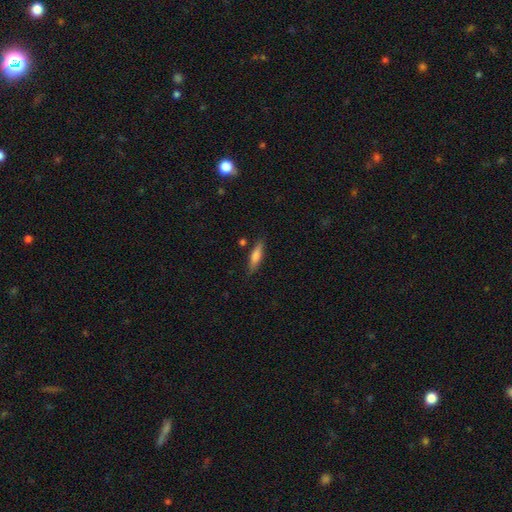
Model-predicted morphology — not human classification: Overall: smooth (69%). How rounded: cigar-shaped (71%). Merging: none (81%).